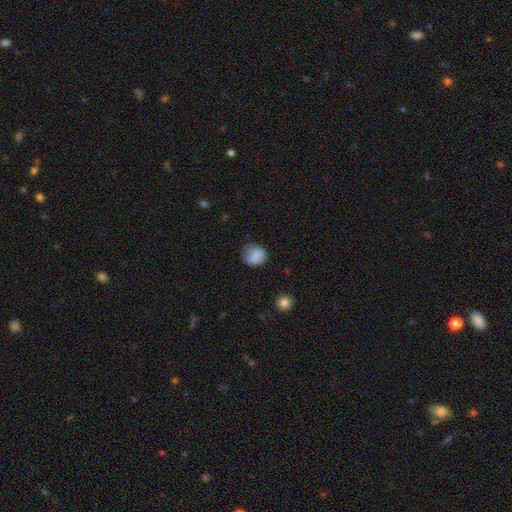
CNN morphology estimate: type=smooth (83%); roundness=round (78%); merging=none (72%).